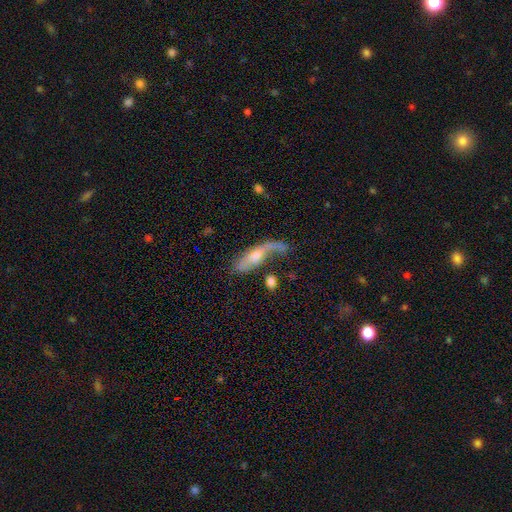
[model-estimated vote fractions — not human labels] Morphology: type=featured or disk (58%); edge-on=no (71%); merging=major disturbance (35%).